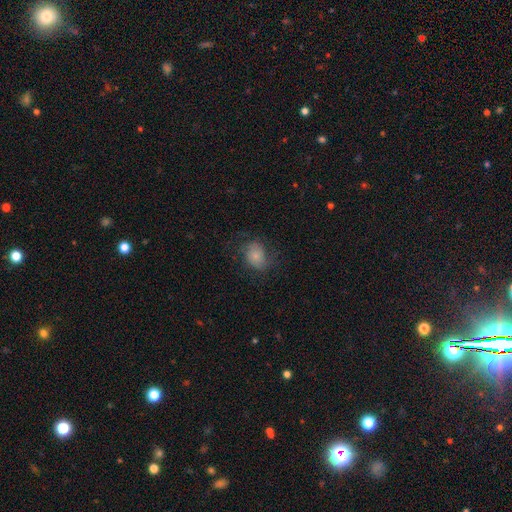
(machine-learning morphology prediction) smooth_or_featured: smooth (p=0.63) [alt: featured or disk p=0.28]
how_rounded: in between (p=0.50) [alt: round p=0.49]
merging: none (p=0.60) [alt: minor disturbance p=0.23]